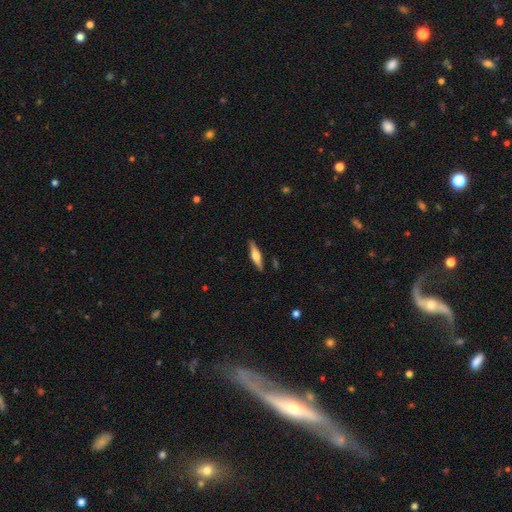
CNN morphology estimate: A featured or disk galaxy (54%) viewed edge-on (95%) with a rounded central bulge (85%). Merging: none (89%).